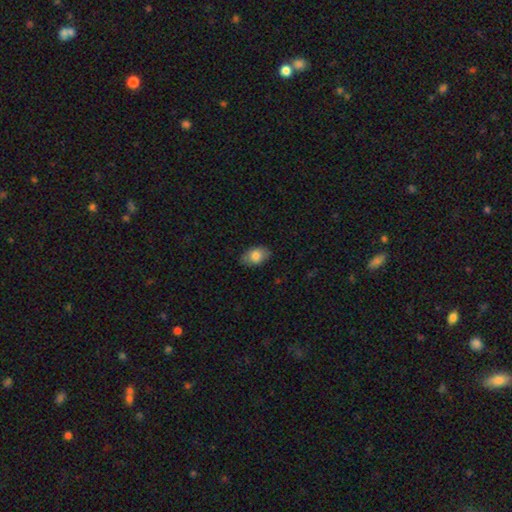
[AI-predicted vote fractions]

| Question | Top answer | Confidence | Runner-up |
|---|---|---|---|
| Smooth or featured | smooth | 80% | featured or disk (13%) |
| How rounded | in between | 88% | round (10%) |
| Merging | none | 83% | minor disturbance (13%) |